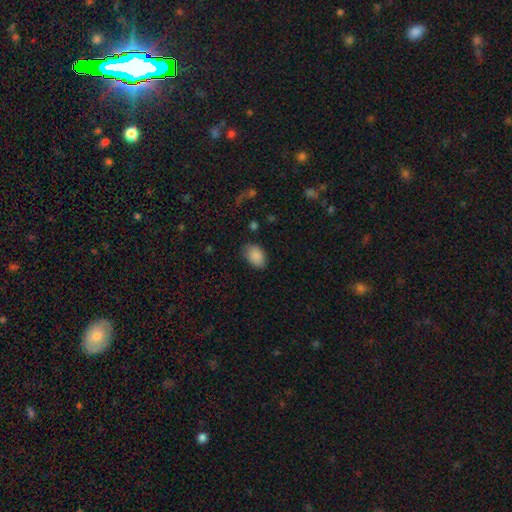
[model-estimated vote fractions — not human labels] A smooth galaxy with no disk features (88%) that is in between round and cigar-shaped (87%).

Vote fractions:
- Smooth or featured? smooth: 88% / star or artifact: 8% / featured or disk: 4%
- How rounded? in between: 87% / round: 12% / cigar-shaped: 1%
- Merging? none: 78% / minor disturbance: 17% / major disturbance: 4% / merger: 1%